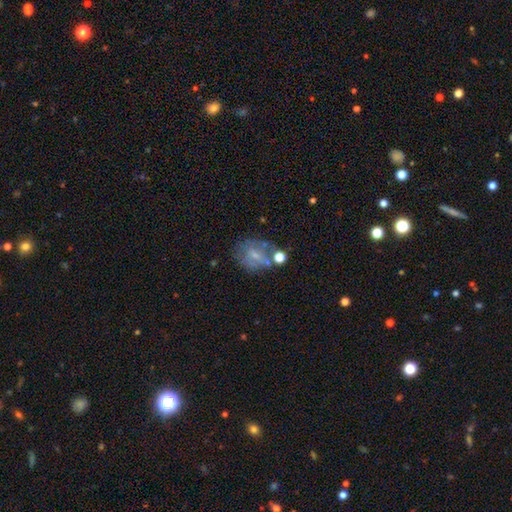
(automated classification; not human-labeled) Morphology: type=smooth (47%); merging=none (46%).